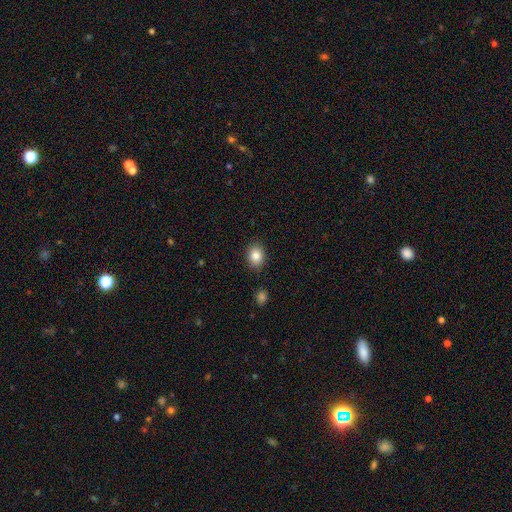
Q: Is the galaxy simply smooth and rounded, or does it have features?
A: smooth — 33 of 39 (85%).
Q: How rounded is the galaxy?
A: in between — 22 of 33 (67%).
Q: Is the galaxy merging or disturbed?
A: none — 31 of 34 (91%).